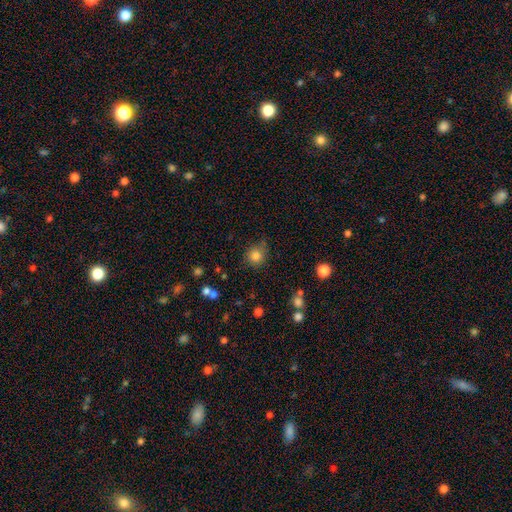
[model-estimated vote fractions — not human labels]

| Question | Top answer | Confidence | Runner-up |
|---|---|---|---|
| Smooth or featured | smooth | 83% | star or artifact (12%) |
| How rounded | round | 87% | in between (12%) |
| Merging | none | 73% | minor disturbance (19%) |